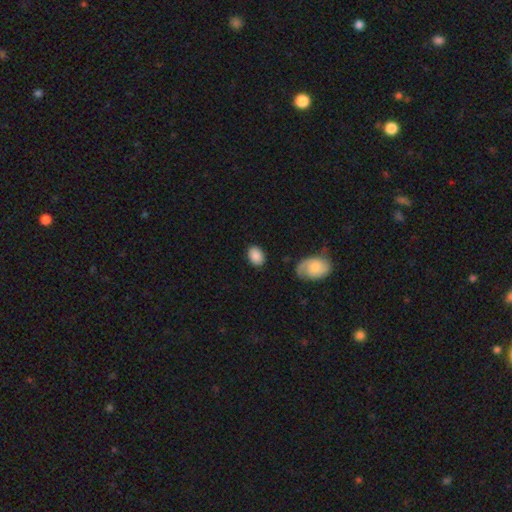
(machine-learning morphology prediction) This is clearly a smooth galaxy (86%). How rounded: likely in between (77%). Merging: clearly none (82%).